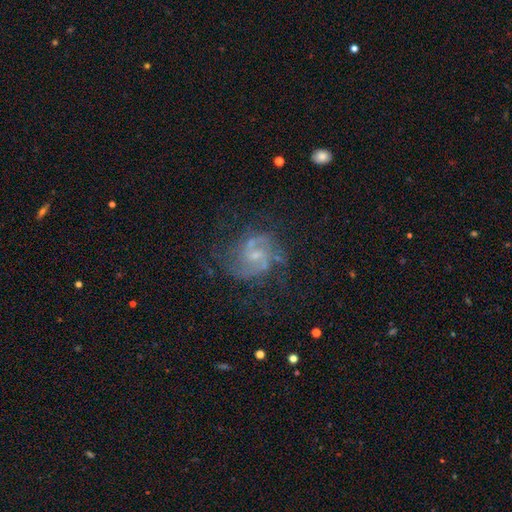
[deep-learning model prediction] Smooth or featured? Predicted: featured or disk (p=0.81). Edge-on disk? Predicted: no (p=0.98). Bar? Predicted: weak (p=0.50). Spiral arms? Predicted: yes (p=0.92). Spiral winding? Predicted: medium (p=0.52). Spiral arm count? Predicted: 2 (p=0.67). Bulge size? Predicted: small (p=0.59). Merging? Predicted: none (p=0.63).